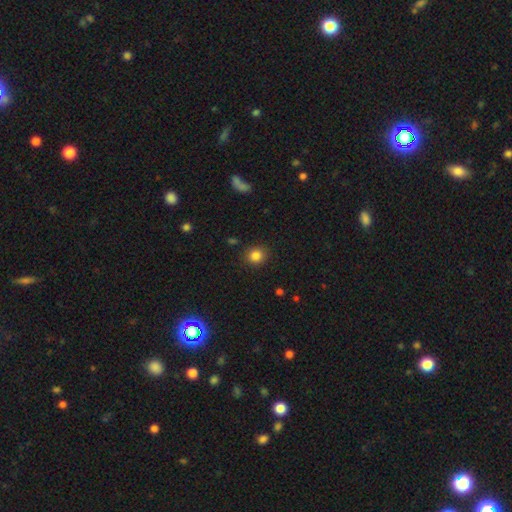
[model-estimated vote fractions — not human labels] The model was most divided on "how rounded": round: 84%, in between: 15%, cigar-shaped: 1%. More confident: merging — none (89%); smooth or featured — smooth (84%).